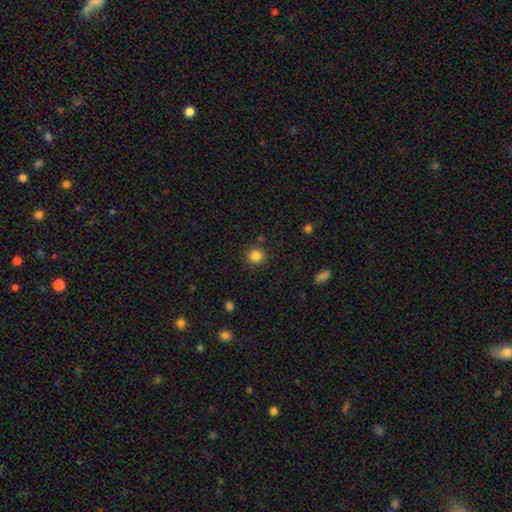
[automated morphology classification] Smooth or featured? smooth (84%)
How rounded? round (92%)
Merging? none (88%)